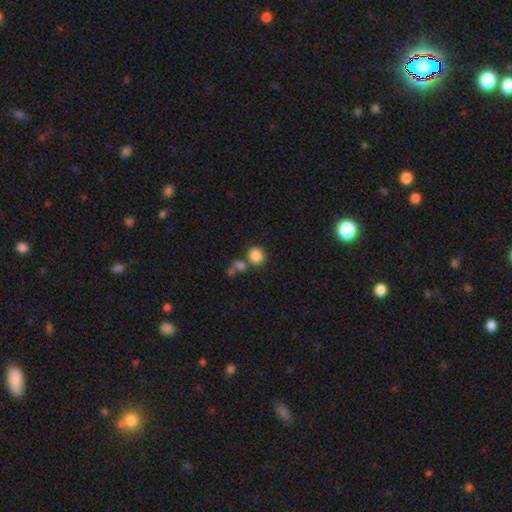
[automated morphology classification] Smooth or featured? Predicted: smooth (p=0.85). How rounded? Predicted: round (p=0.88). Merging? Predicted: none (p=0.70).